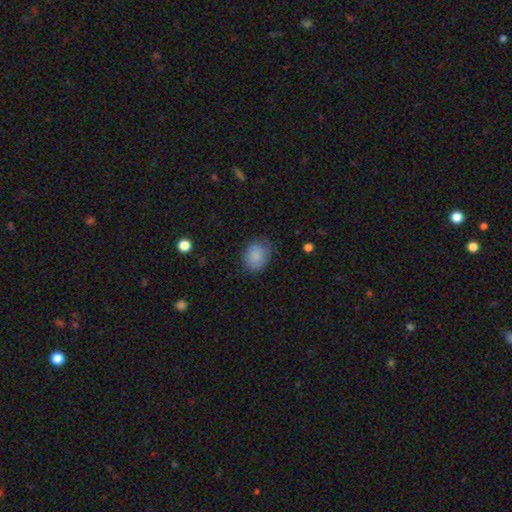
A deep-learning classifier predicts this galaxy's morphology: smooth 85%, star or artifact 8%, featured or disk 7%. Down the decision tree: how rounded — in between (57%); merging — none (71%).